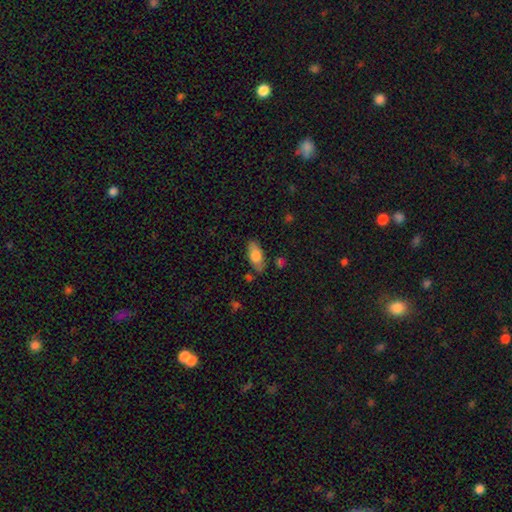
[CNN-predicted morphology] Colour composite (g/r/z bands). It shows a smooth galaxy with no disk features (74%) that is in between round and cigar-shaped (85%). Merging: none (77%).